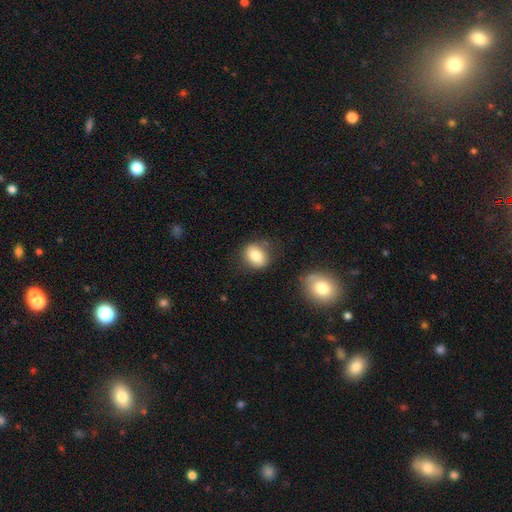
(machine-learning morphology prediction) Smooth or featured: smooth — 81% (featured or disk — 10%)
How rounded: round — 50% (in between — 49%)
Merging: none — 77% (minor disturbance — 15%)